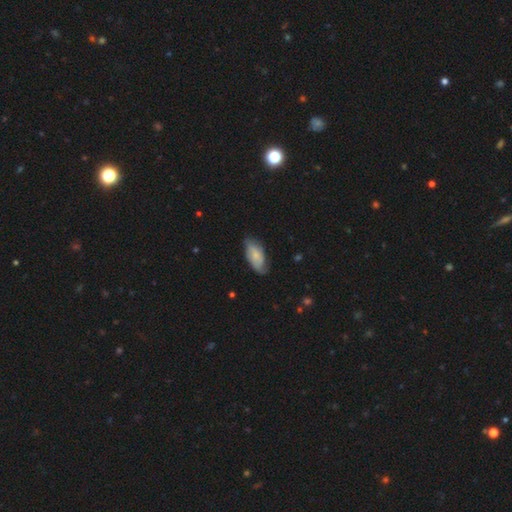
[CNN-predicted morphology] Smooth or featured: smooth — 57% (featured or disk — 36%)
How rounded: in between — 88% (cigar-shaped — 9%)
Merging: none — 64% (minor disturbance — 28%)